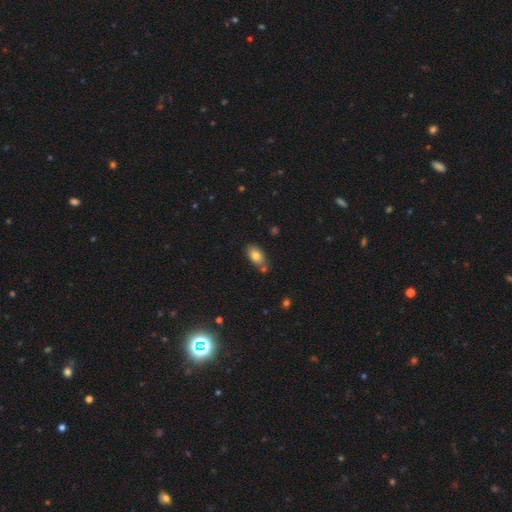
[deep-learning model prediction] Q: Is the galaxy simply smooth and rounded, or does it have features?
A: smooth — 80%.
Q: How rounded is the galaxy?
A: in between — 90%.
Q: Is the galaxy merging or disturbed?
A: none — 65%.